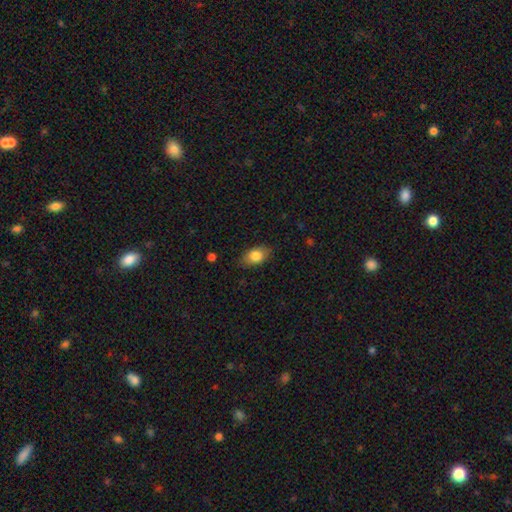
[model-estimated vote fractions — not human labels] Smooth or featured? Predicted: smooth (p=0.81). How rounded? Predicted: in between (p=0.85). Merging? Predicted: none (p=0.82).